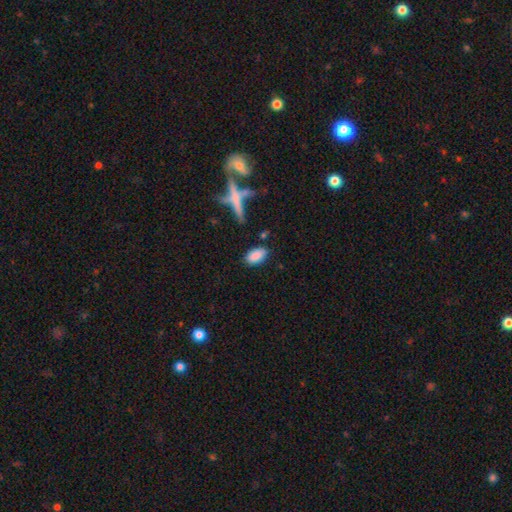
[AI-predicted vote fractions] Q: Smooth or featured?
A: smooth (86%); runner-up: star or artifact (8%)
Q: How rounded?
A: in between (92%); runner-up: round (5%)
Q: Merging?
A: none (81%); runner-up: minor disturbance (13%)